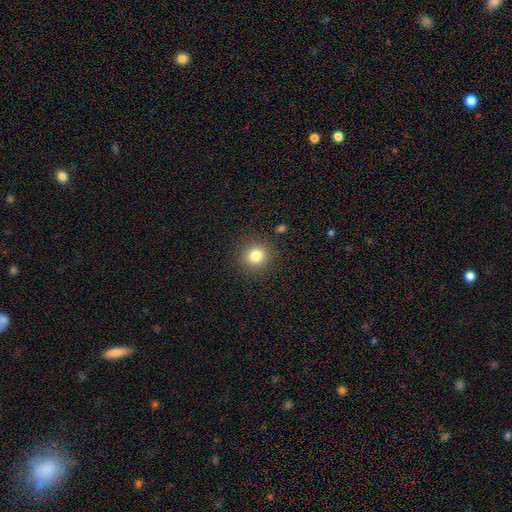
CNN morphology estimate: This appears to be a smooth galaxy with no disk features (81%) that is round (91%). Merging: none (89%).